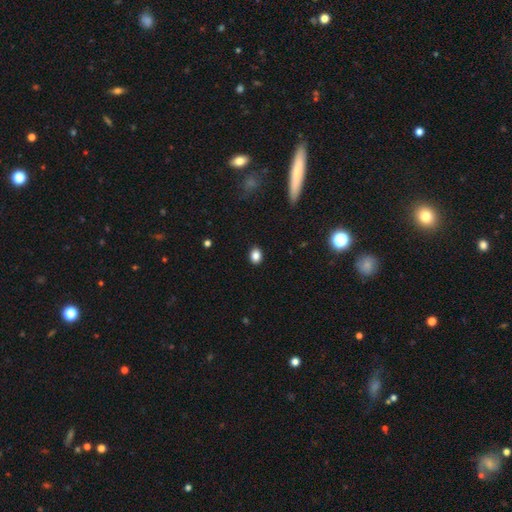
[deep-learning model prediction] The model was most divided on "how rounded": in between: 57%, round: 42%, cigar-shaped: 1%. More confident: merging — none (90%); smooth or featured — smooth (86%).